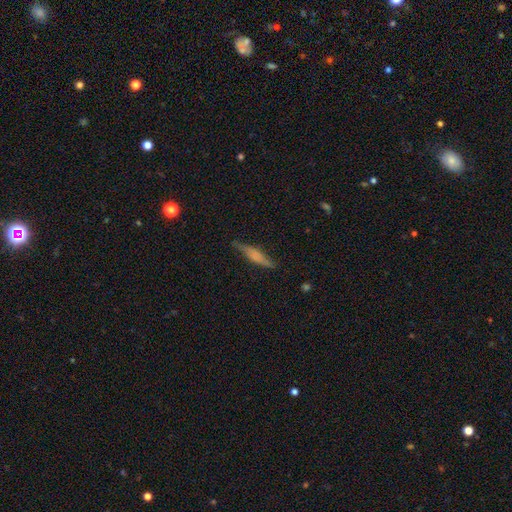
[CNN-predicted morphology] Smooth or featured?
  - smooth: 49% *
  - featured or disk: 44%
  - star or artifact: 8%
Merging?
  - none: 80% *
  - minor disturbance: 15%
  - major disturbance: 3%
  - merger: 2%